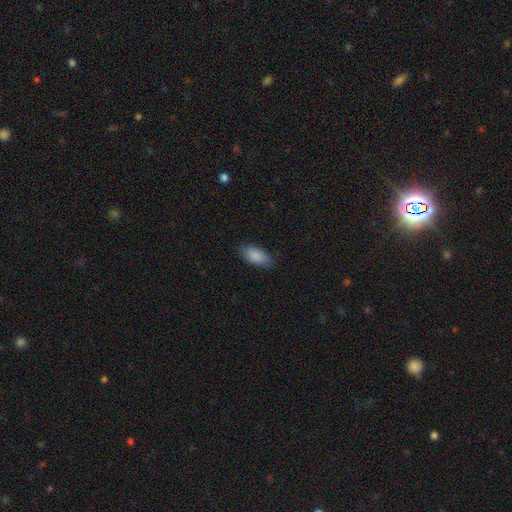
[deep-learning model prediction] Smooth or featured: smooth — 88% (featured or disk — 6%)
How rounded: in between — 90% (cigar-shaped — 8%)
Merging: none — 82% (minor disturbance — 14%)